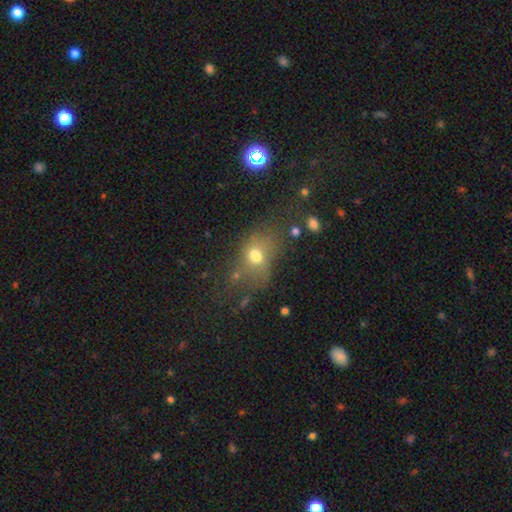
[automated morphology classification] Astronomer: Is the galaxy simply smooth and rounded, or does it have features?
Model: smooth — 60%.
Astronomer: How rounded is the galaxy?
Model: in between — 67%.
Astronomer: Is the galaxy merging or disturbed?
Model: none — 39% (runner-up: major disturbance, 29%).